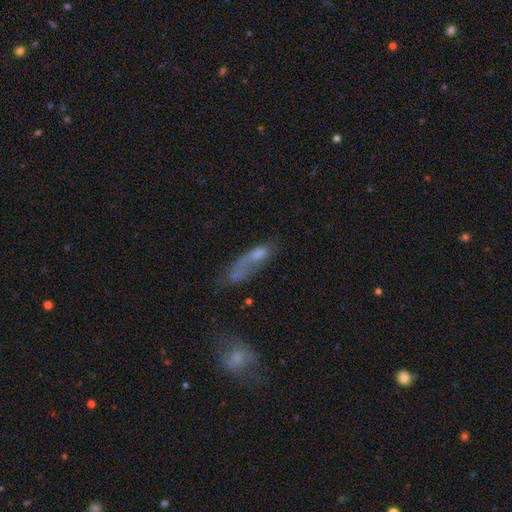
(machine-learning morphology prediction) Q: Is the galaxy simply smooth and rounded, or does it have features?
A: smooth — 57%.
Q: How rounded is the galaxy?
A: in between — 49%.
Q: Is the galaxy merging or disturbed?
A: major disturbance — 34%.